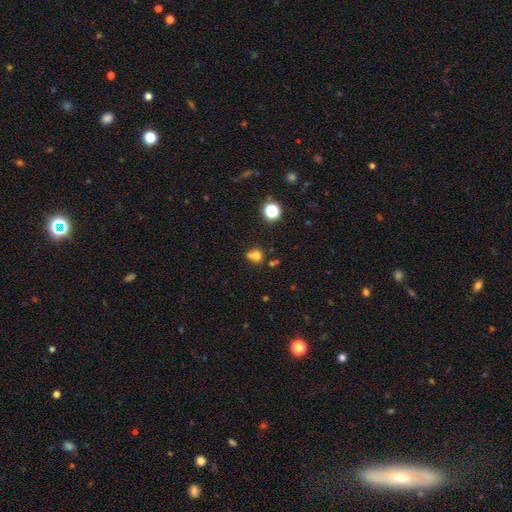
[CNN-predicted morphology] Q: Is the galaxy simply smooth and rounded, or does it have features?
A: smooth — 69%.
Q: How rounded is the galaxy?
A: round — 69%.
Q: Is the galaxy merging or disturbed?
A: none — 40%.